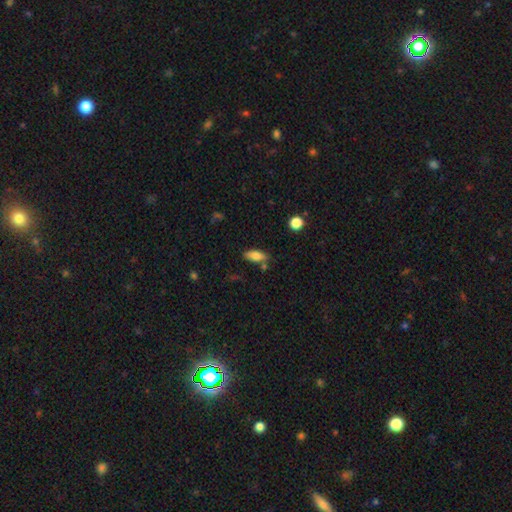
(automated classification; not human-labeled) Q: Smooth or featured?
A: smooth (77%); runner-up: featured or disk (15%)
Q: How rounded?
A: in between (78%); runner-up: cigar-shaped (19%)
Q: Merging?
A: none (73%); runner-up: minor disturbance (15%)